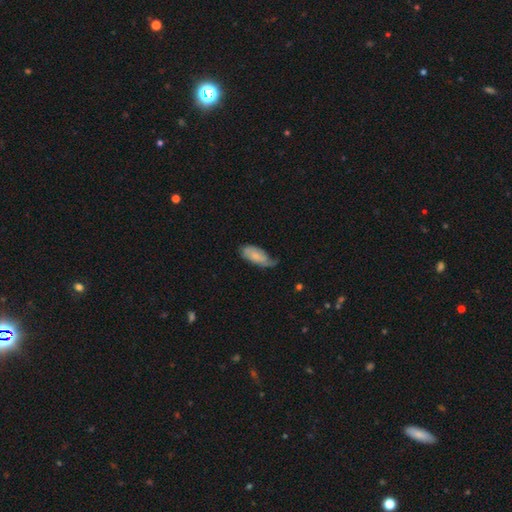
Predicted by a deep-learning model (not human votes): Smooth or featured: smooth — 61% (featured or disk — 32%)
How rounded: in between — 85% (cigar-shaped — 13%)
Merging: minor disturbance — 41% (none — 39%)